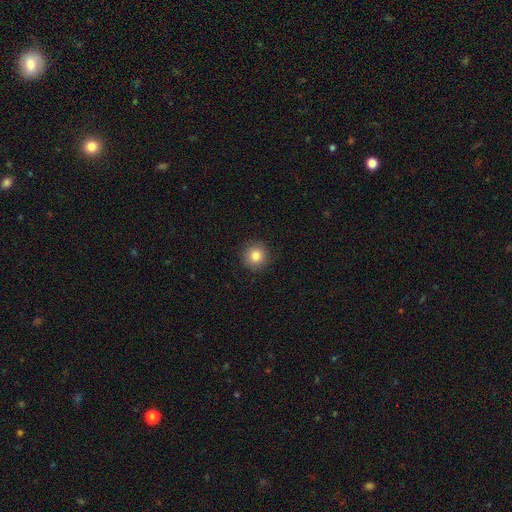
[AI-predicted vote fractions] Smooth or featured: smooth — 83% (star or artifact — 10%)
How rounded: round — 95% (in between — 5%)
Merging: none — 91% (minor disturbance — 6%)